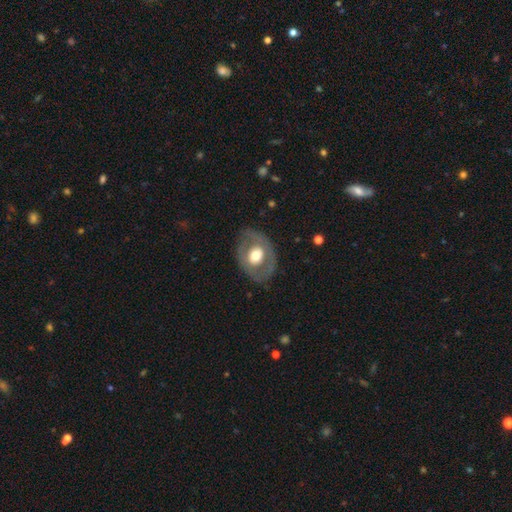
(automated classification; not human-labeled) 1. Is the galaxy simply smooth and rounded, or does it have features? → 50% featured or disk, 44% smooth, 6% star or artifact.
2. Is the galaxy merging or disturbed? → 77% none, 15% minor disturbance, 8% major disturbance, 1% merger.